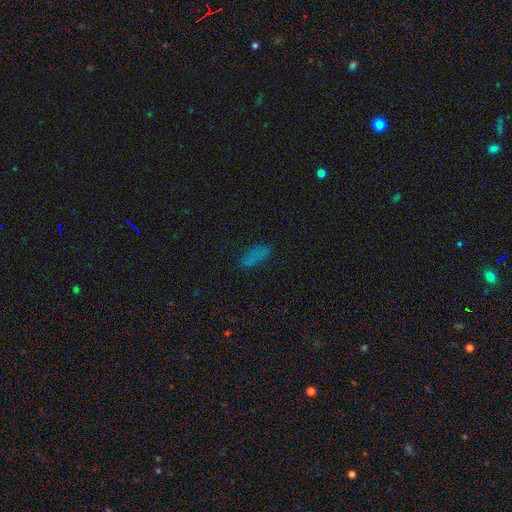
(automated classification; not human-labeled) smooth_or_featured: smooth (p=0.70) [alt: star or artifact p=0.19]
how_rounded: in between (p=0.66) [alt: cigar-shaped p=0.30]
merging: none (p=0.76) [alt: minor disturbance p=0.16]